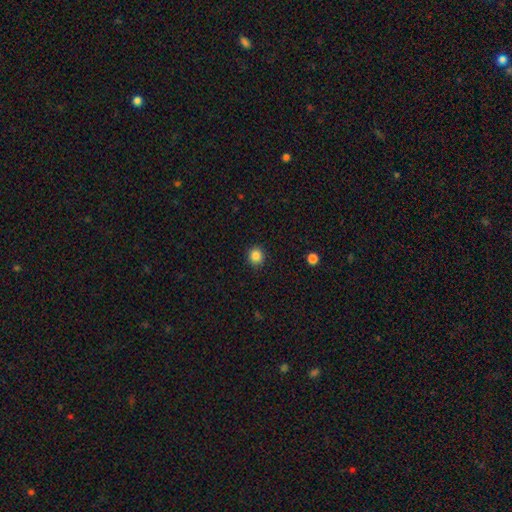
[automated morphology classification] Smooth or featured: smooth — 86% (star or artifact — 11%)
How rounded: round — 88% (in between — 11%)
Merging: none — 91% (minor disturbance — 6%)